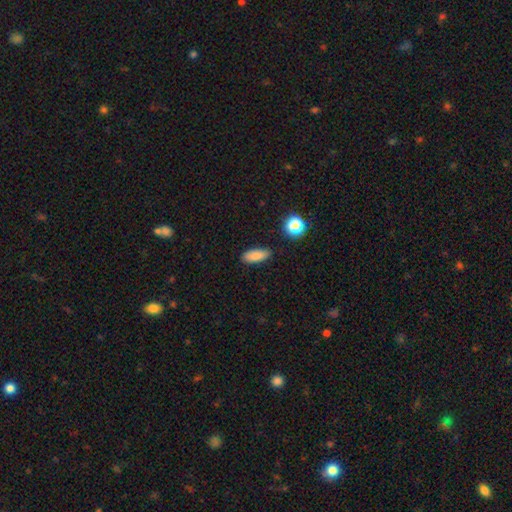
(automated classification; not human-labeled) This appears to be a smooth galaxy with no disk features (86%) that is in between round and cigar-shaped (74%). Merging: none (86%).